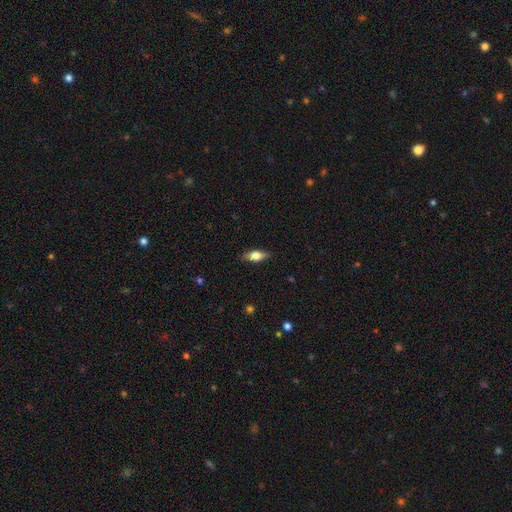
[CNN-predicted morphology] Smooth or featured?
  - smooth: 55% *
  - featured or disk: 37%
  - star or artifact: 8%
How rounded?
  - in between: 71% *
  - cigar-shaped: 24%
  - round: 5%
Merging?
  - none: 86% *
  - minor disturbance: 11%
  - major disturbance: 2%
  - merger: 1%